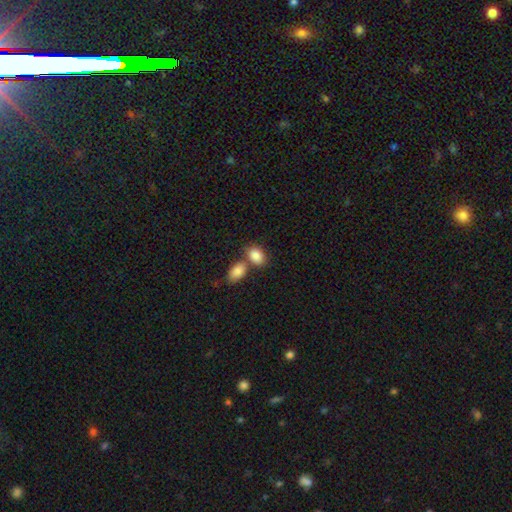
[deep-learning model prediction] Smooth or featured? smooth (86%)
How rounded? in between (85%)
Merging? merger (44%)